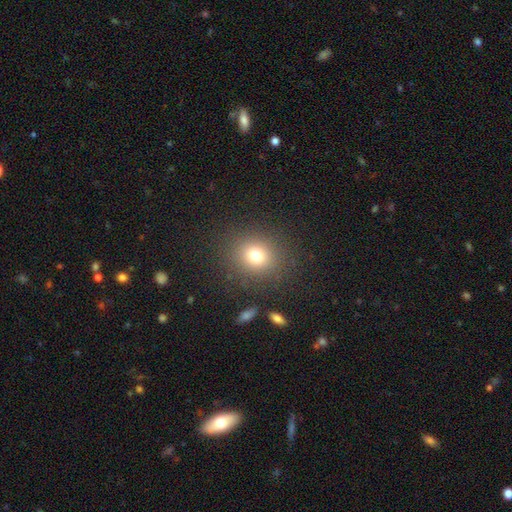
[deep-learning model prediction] Morphology: type=smooth (75%); roundness=round (78%); merging=none (86%).